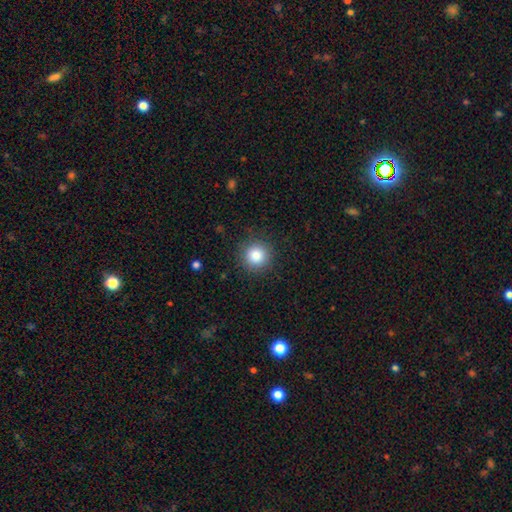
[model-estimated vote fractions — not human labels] This is clearly a smooth galaxy (84%). How rounded: clearly round (95%). Merging: clearly none (89%).